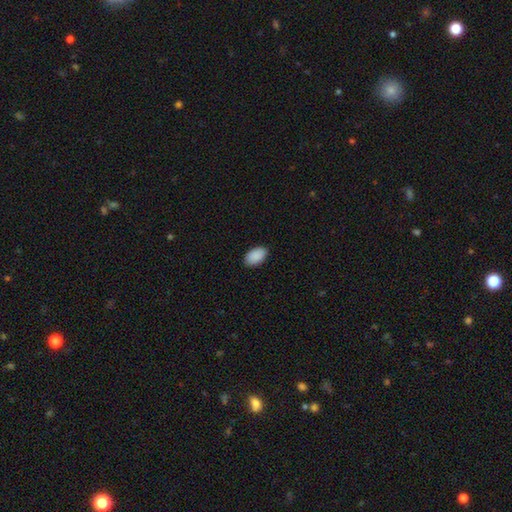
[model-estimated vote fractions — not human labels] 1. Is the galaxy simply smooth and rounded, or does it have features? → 91% smooth, 6% star or artifact, 3% featured or disk.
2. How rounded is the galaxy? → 94% in between, 5% round, 1% cigar-shaped.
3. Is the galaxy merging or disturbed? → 89% none, 9% minor disturbance, 2% major disturbance, 1% merger.